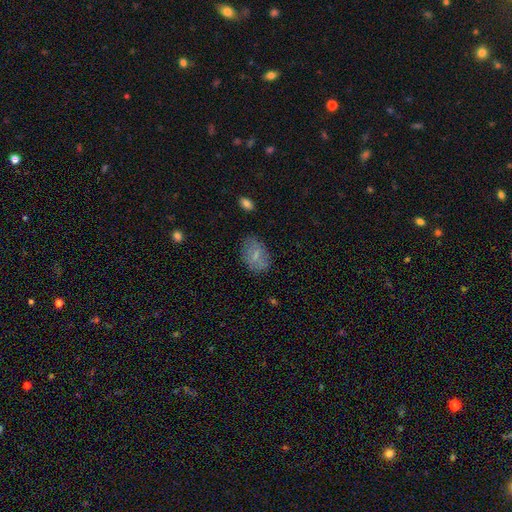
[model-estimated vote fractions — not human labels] Overall: smooth (67%). How rounded: in between (82%). Merging: none (74%).